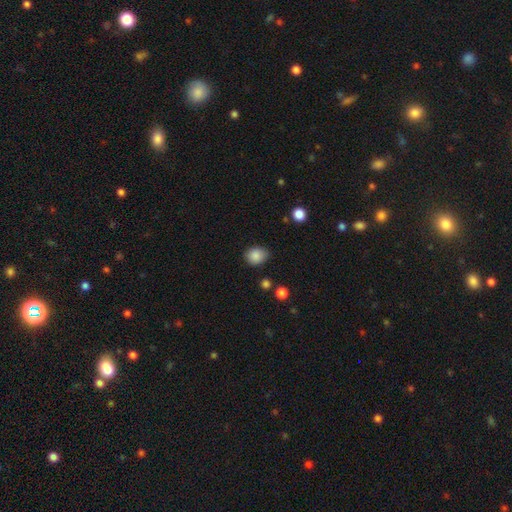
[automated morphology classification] This is clearly a smooth galaxy (86%). How rounded: possibly round (60%). Merging: likely none (78%).